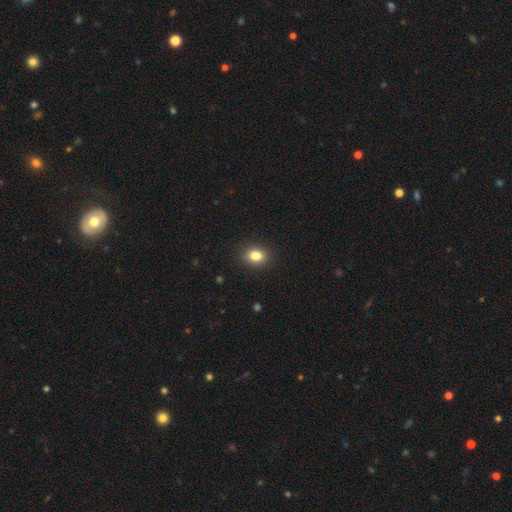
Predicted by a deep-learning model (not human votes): A smooth galaxy with no disk features (83%) that is in between round and cigar-shaped (57%).

Vote fractions:
- Smooth or featured? smooth: 83% / star or artifact: 10% / featured or disk: 7%
- How rounded? in between: 57% / round: 42% / cigar-shaped: 1%
- Merging? none: 90% / minor disturbance: 7% / major disturbance: 2% / merger: 1%